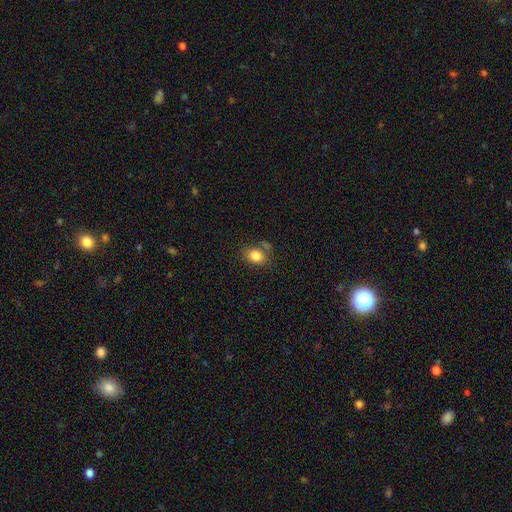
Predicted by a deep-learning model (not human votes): smooth-or-featured: smooth: 82% | star or artifact: 10% | featured or disk: 8%
  how-rounded: in between: 62% | round: 37% | cigar-shaped: 1%
  merging: none: 63% | minor disturbance: 18% | merger: 13% | major disturbance: 6%